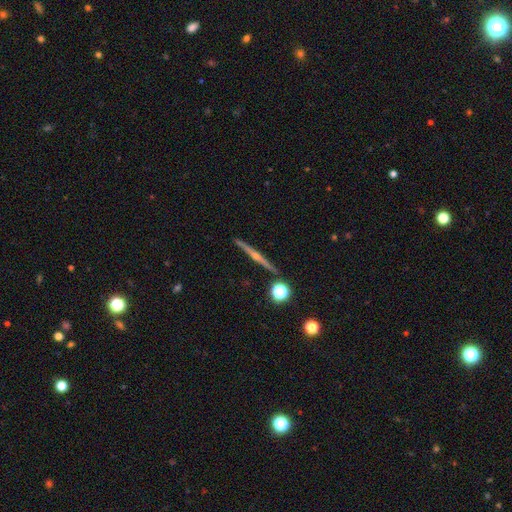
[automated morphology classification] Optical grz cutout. It shows a featured or disk galaxy (78%) viewed edge-on (98%) with a rounded central bulge (86%). Merging: none (91%).